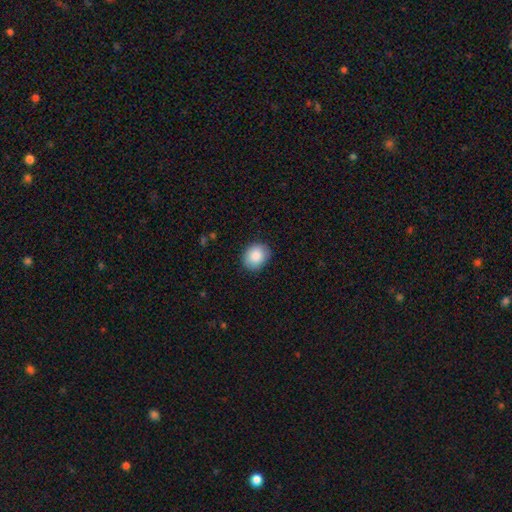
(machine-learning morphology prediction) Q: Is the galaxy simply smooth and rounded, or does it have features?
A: smooth — 87%.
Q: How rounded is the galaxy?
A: round — 50%, tied with in between.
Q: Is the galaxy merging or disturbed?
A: none — 84%.